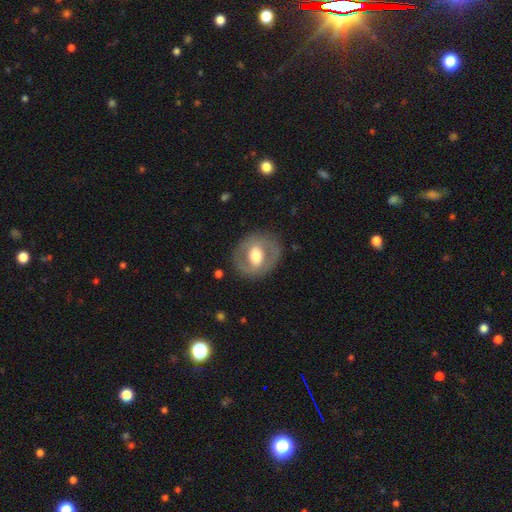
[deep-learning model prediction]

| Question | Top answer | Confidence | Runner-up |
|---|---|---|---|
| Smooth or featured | featured or disk | 60% | smooth (34%) |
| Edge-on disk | no | 94% | yes (6%) |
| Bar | weak | 38% | no (34%) |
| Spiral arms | no | 57% | yes (43%) |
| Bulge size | moderate | 62% | large (27%) |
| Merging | none | 82% | minor disturbance (11%) |